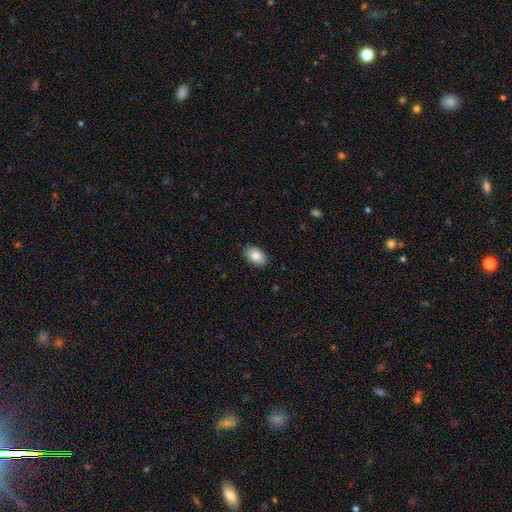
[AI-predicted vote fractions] This is clearly a smooth galaxy (84%). How rounded: clearly in between (89%). Merging: clearly none (88%).